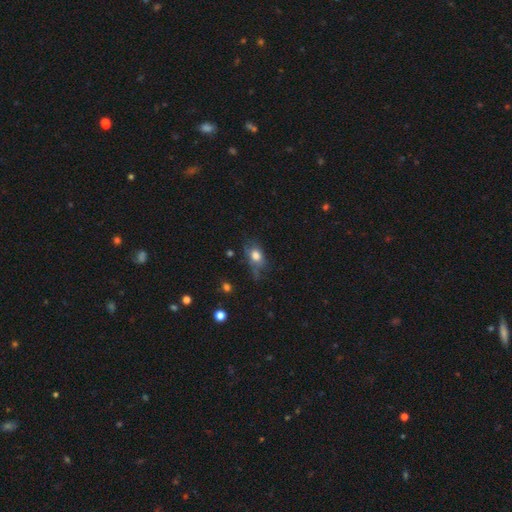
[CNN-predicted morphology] Smooth or featured? Predicted: smooth (p=0.72). How rounded? Predicted: in between (p=0.76). Merging? Predicted: none (p=0.47).